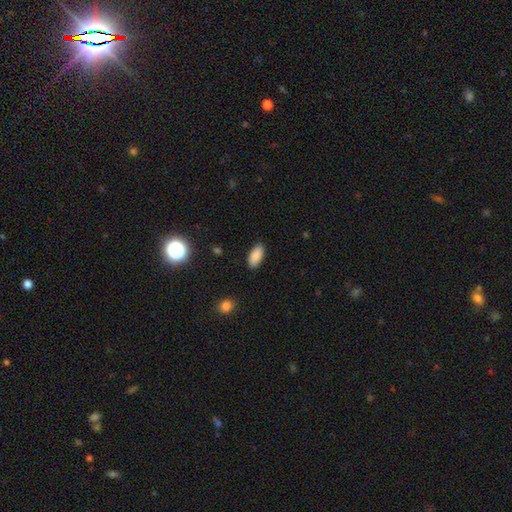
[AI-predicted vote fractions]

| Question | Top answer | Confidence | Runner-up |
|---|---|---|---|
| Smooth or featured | smooth | 88% | star or artifact (8%) |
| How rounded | in between | 91% | cigar-shaped (7%) |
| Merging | none | 88% | minor disturbance (9%) |